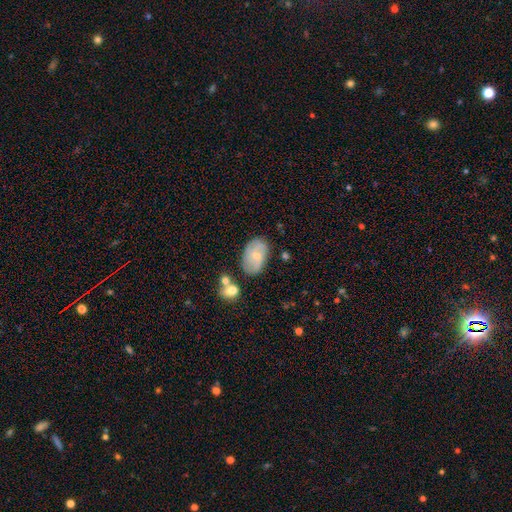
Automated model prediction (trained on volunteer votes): The model was most divided on "smooth or featured": featured or disk: 49%, smooth: 43%, star or artifact: 8%. More confident: merging — none (68%).